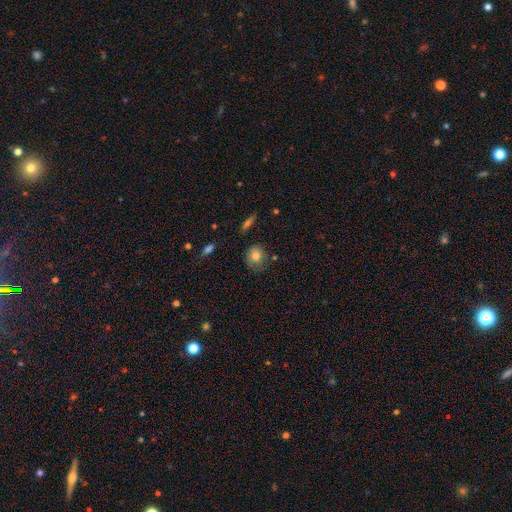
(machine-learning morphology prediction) Smooth or featured: smooth — 75% (featured or disk — 15%)
How rounded: round — 69% (in between — 29%)
Merging: none — 65% (minor disturbance — 25%)